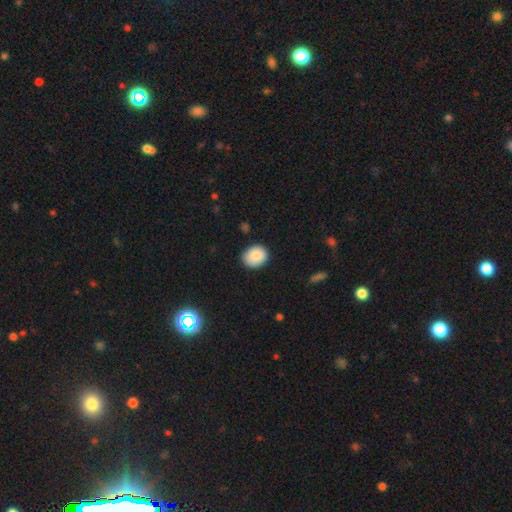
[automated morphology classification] Overall: smooth (86%). How rounded: round (66%; in between 33%). Merging: none (83%).